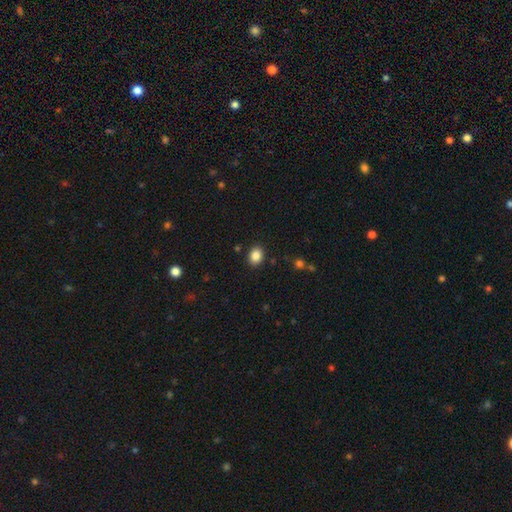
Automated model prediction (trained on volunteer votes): Q: Smooth or featured?
A: smooth (87%); runner-up: star or artifact (9%)
Q: How rounded?
A: in between (55%); runner-up: round (45%)
Q: Merging?
A: none (89%); runner-up: minor disturbance (8%)